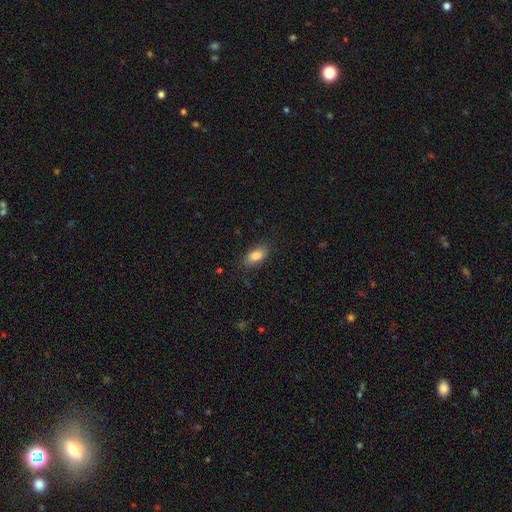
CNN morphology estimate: smooth-or-featured: smooth: 85% | featured or disk: 8% | star or artifact: 8%
  how-rounded: in between: 89% | cigar-shaped: 6% | round: 5%
  merging: none: 82% | minor disturbance: 13% | major disturbance: 4% | merger: 1%